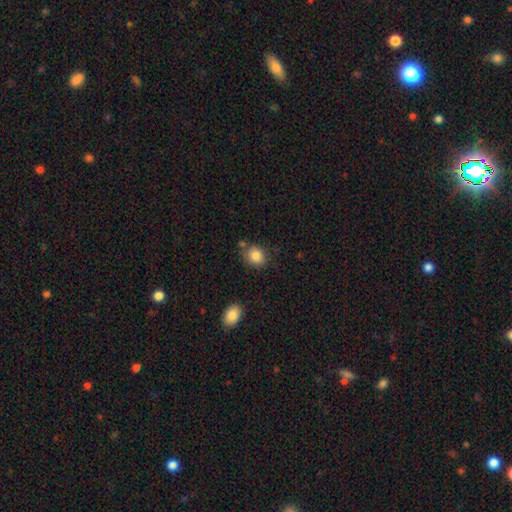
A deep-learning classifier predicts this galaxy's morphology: A smooth galaxy with no disk features (85%) that is round (59%).

Vote fractions:
- Smooth or featured? smooth: 85% / star or artifact: 9% / featured or disk: 6%
- How rounded? round: 59% / in between: 40% / cigar-shaped: 1%
- Merging? none: 72% / minor disturbance: 16% / merger: 8% / major disturbance: 4%